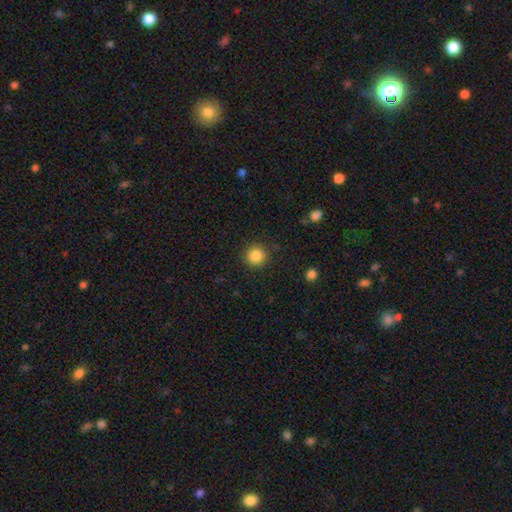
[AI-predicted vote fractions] The model was most divided on "smooth or featured": smooth: 85%, star or artifact: 11%, featured or disk: 4%. More confident: how rounded — round (93%); merging — none (89%).